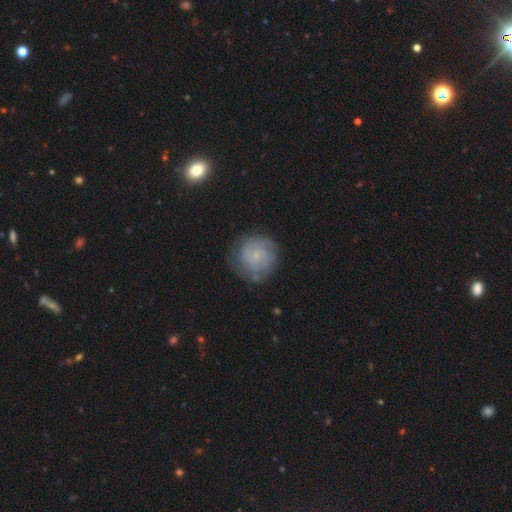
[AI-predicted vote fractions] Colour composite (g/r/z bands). It shows a featured or disk galaxy (69%) with no bar (66%), tight (63%) spiral arms (90%) and a small central bulge (75%). Merging: none (75%).